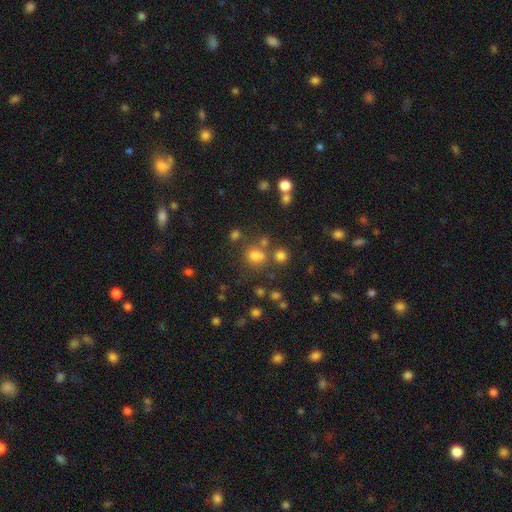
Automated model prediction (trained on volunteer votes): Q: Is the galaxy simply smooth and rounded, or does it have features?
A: smooth — 67%.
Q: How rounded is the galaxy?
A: round — 77%.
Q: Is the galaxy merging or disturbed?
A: none — 63%.